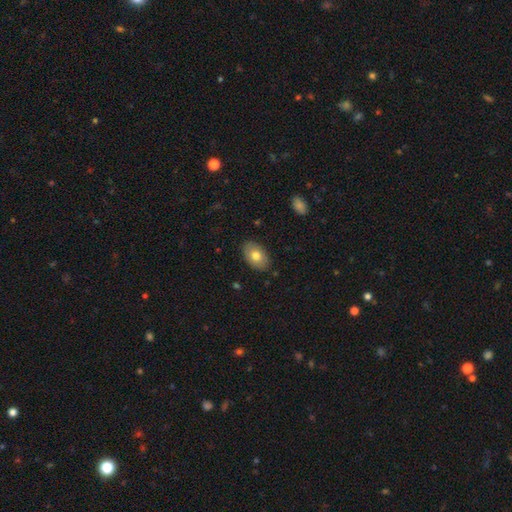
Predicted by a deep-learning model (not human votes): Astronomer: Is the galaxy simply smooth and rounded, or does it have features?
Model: smooth — 74%.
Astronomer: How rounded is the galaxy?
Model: in between — 89%.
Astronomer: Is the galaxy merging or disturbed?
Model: none — 87%.